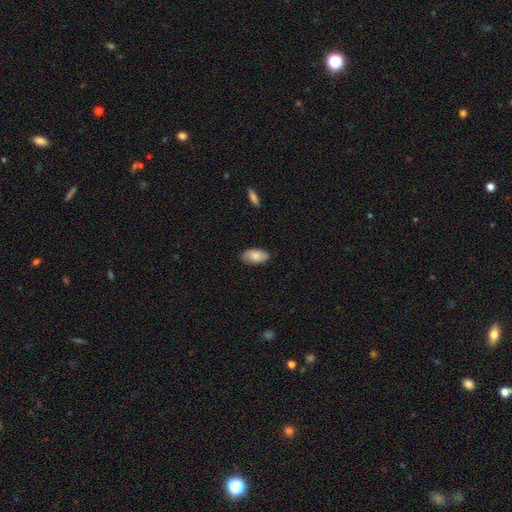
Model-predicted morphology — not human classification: This appears to be a smooth galaxy with no disk features (80%) that is in between round and cigar-shaped (95%). Merging: none (83%).